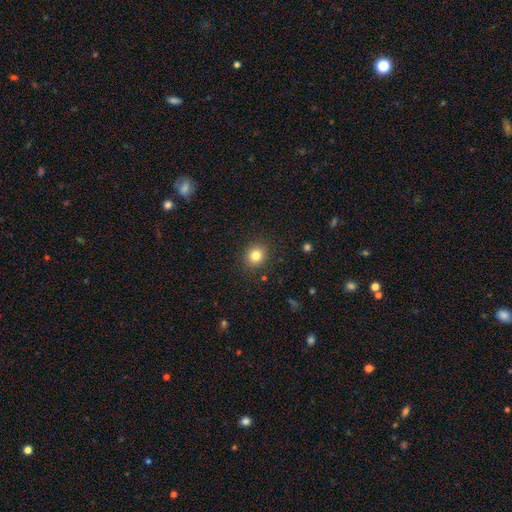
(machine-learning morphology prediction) Smooth or featured? smooth (82%)
How rounded? round (80%)
Merging? none (89%)